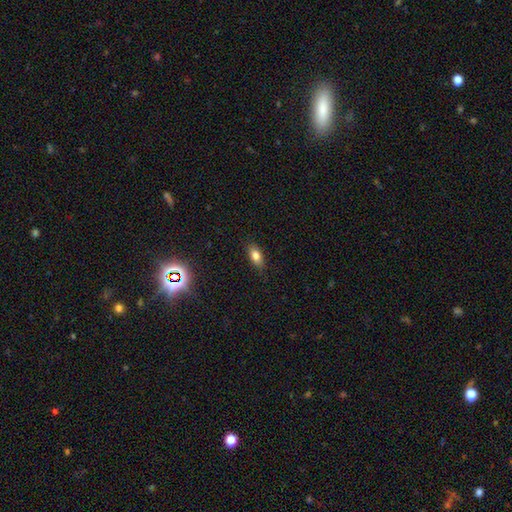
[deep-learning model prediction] This appears to be a smooth galaxy with no disk features (79%) that is in between round and cigar-shaped (85%). Merging: none (85%).